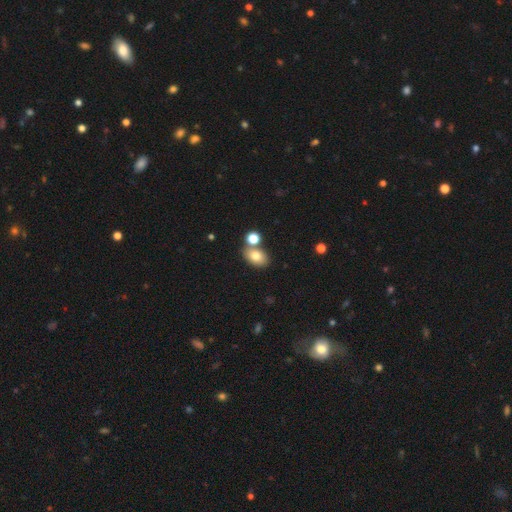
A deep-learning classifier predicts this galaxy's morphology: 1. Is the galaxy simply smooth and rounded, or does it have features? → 78% smooth, 11% featured or disk, 10% star or artifact.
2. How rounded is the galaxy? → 78% in between, 21% round, 1% cigar-shaped.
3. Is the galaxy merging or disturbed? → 63% none, 24% merger, 10% minor disturbance, 3% major disturbance.